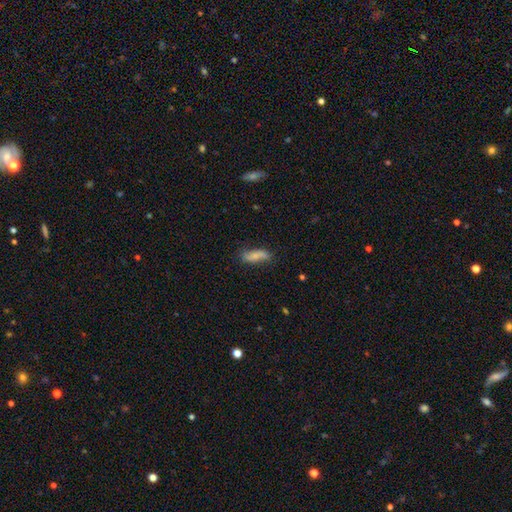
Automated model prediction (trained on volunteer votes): Smooth or featured?
  - smooth: 65% *
  - featured or disk: 28%
  - star or artifact: 8%
How rounded?
  - in between: 59% *
  - cigar-shaped: 38%
  - round: 3%
Merging?
  - none: 68% *
  - minor disturbance: 24%
  - major disturbance: 6%
  - merger: 2%